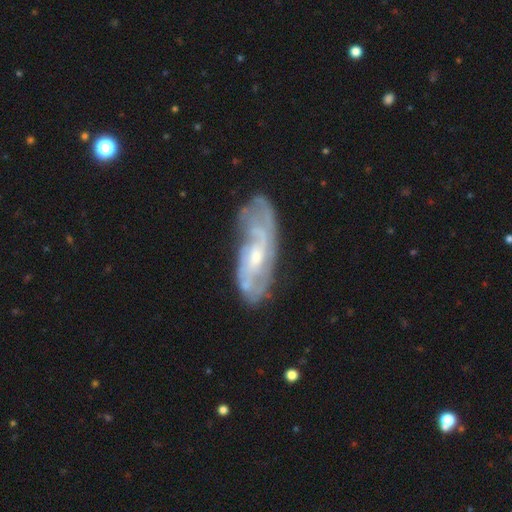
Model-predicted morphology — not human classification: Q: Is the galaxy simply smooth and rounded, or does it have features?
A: featured or disk — 80%.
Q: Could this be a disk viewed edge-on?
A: no — 87%.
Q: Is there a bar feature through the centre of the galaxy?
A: no — 49%.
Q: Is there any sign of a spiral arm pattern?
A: yes — 89%.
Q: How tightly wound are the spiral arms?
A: tight — 45%.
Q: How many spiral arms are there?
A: can't tell — 43%.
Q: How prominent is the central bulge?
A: small — 49%.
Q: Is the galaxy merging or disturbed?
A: none — 69%.